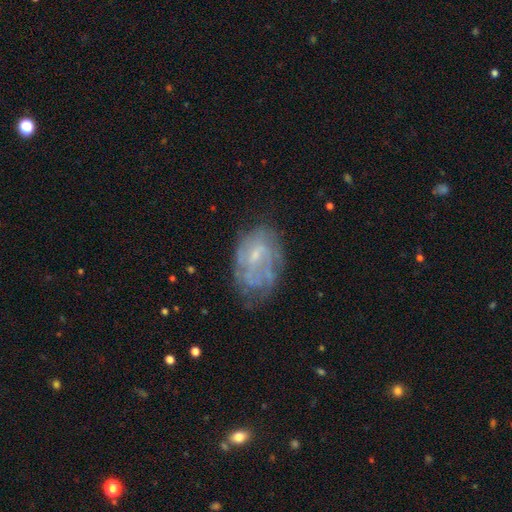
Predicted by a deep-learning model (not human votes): Overall: featured or disk (69%). Edge-on disk: no (97%). Bar: no (49%; weak 43%). Spiral arms: yes (71%). Bulge size: small (62%). Merging: none (59%; minor disturbance 24%).